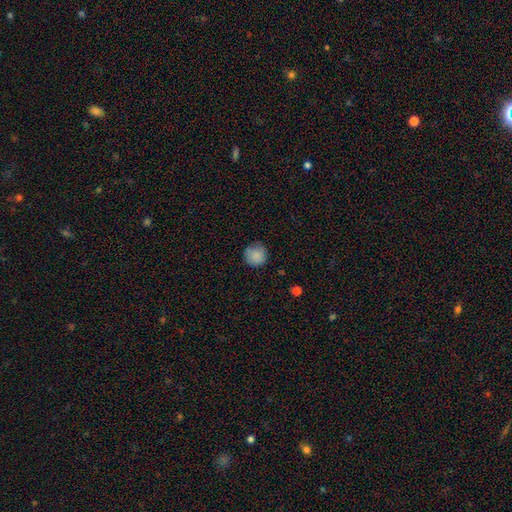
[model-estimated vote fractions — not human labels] The model was most divided on "merging": none: 79%, minor disturbance: 17%, major disturbance: 3%, merger: 1%. More confident: how rounded — round (93%); smooth or featured — smooth (86%).